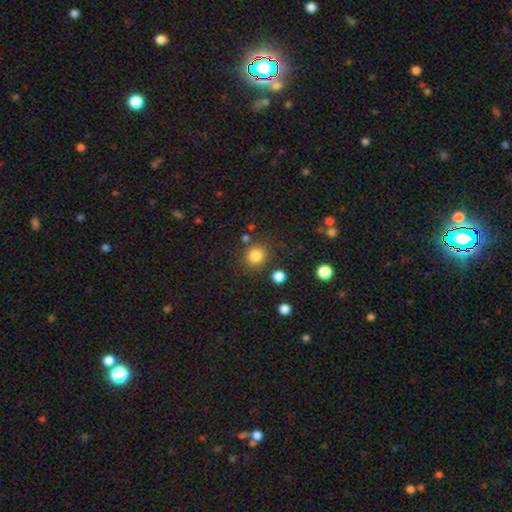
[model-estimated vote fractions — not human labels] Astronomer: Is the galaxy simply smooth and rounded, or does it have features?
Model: smooth — 83%.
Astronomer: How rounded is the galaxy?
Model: round — 86%.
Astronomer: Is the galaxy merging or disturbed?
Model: none — 83%.